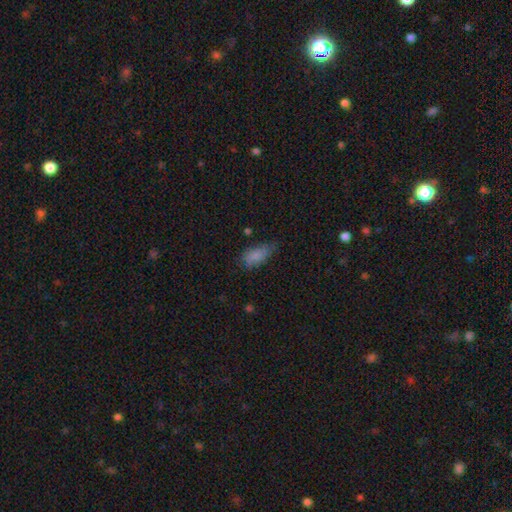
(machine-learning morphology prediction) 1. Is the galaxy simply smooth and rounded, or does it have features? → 83% smooth, 9% star or artifact, 8% featured or disk.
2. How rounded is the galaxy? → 85% in between, 12% cigar-shaped, 3% round.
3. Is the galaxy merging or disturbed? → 53% none, 35% minor disturbance, 9% major disturbance, 2% merger.